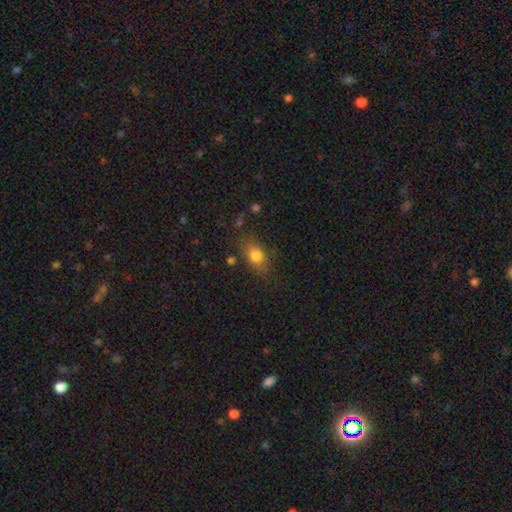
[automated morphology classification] The model was most divided on "merging": none: 74%, minor disturbance: 17%, major disturbance: 6%, merger: 3%. More confident: smooth or featured — smooth (79%); how rounded — in between (76%).